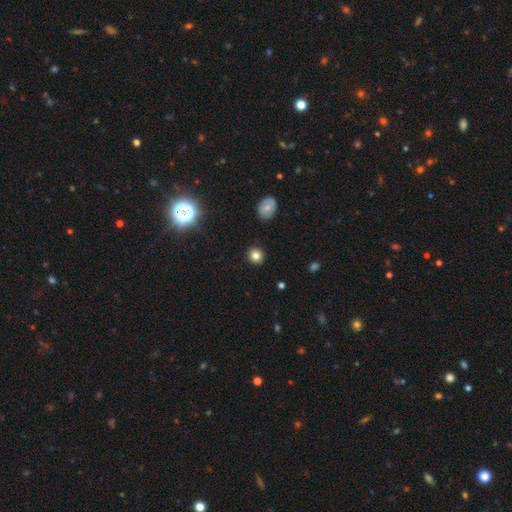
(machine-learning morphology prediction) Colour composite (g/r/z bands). It shows a smooth galaxy with no disk features (80%) that is round (88%). Merging: none (91%).